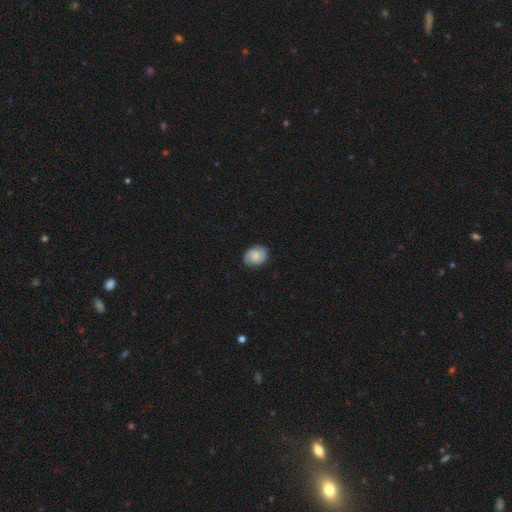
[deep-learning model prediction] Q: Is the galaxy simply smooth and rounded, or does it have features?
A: smooth — 46%, tied with featured or disk.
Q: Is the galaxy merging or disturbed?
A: none — 82%.